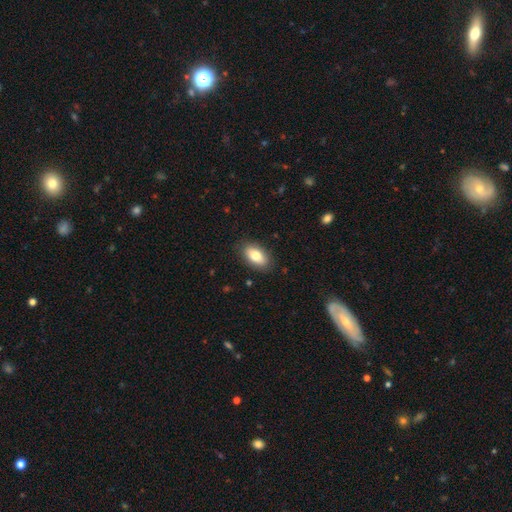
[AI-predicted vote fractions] Morphology: type=smooth (80%); roundness=in between (92%); merging=none (87%).